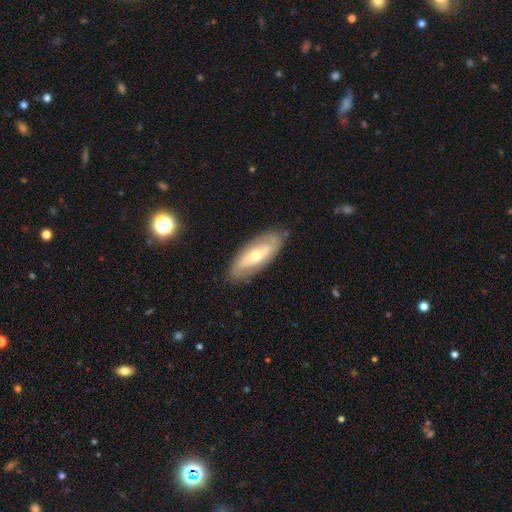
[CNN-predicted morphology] type=featured or disk (55%); edge-on=no (80%); merging=none (84%).